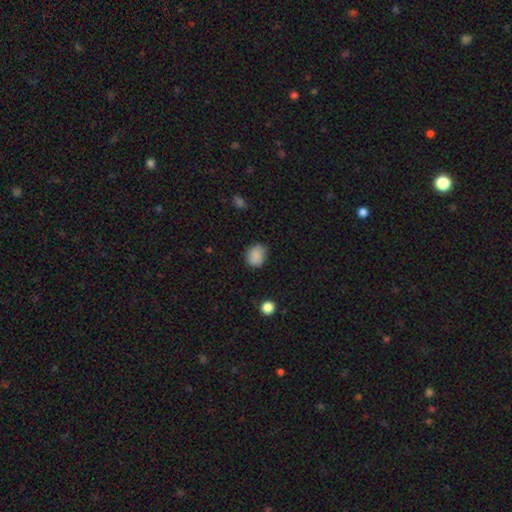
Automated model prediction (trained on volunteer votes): The model was most divided on "how rounded": round: 54%, in between: 45%, cigar-shaped: 1%. More confident: smooth or featured — smooth (87%); merging — none (77%).